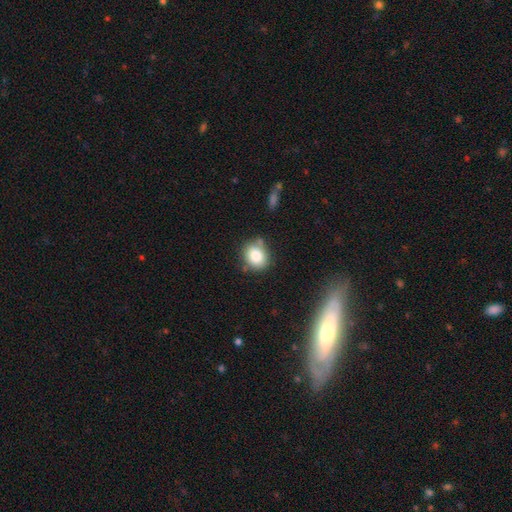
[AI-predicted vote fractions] This appears to be a smooth galaxy with no disk features (83%) that is round (63%). Merging: none (74%).